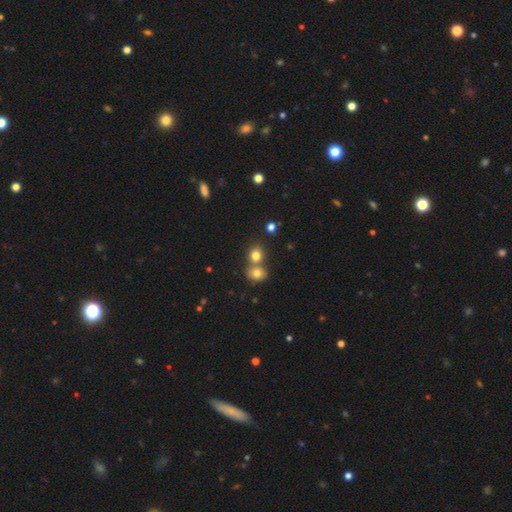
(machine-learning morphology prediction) Smooth or featured: smooth — 77% (star or artifact — 14%)
How rounded: round — 76% (in between — 23%)
Merging: none — 50% (merger — 40%)